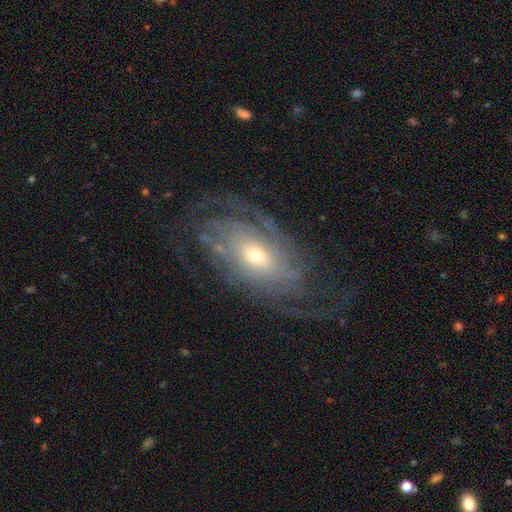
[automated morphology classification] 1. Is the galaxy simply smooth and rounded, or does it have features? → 82% featured or disk, 11% smooth, 7% star or artifact.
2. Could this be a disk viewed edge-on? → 93% no, 7% yes.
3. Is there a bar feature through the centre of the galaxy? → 71% no, 22% weak, 7% strong.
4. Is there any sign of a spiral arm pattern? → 92% yes, 8% no.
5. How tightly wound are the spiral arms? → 63% tight, 26% medium, 11% loose.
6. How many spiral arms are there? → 45% can't tell, 19% 2, 11% 3, 10% 4, 9% more than 4, 6% 1.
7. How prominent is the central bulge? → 52% small, 41% moderate, 5% large, 1% dominant, 1% none.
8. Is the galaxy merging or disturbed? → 66% none, 17% minor disturbance, 15% major disturbance, 2% merger.